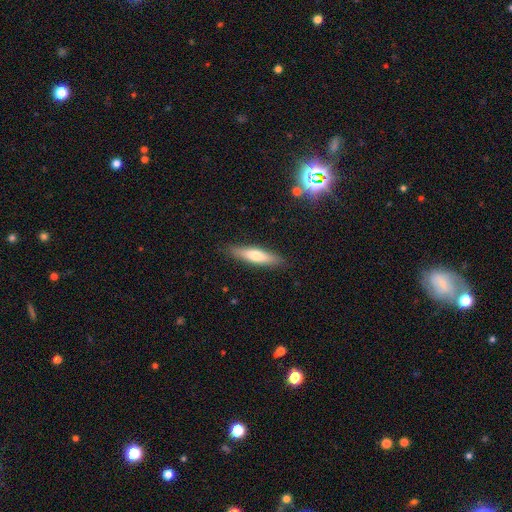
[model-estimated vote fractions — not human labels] This is likely a smooth galaxy (65%). How rounded: likely cigar-shaped (73%). Merging: clearly none (87%).